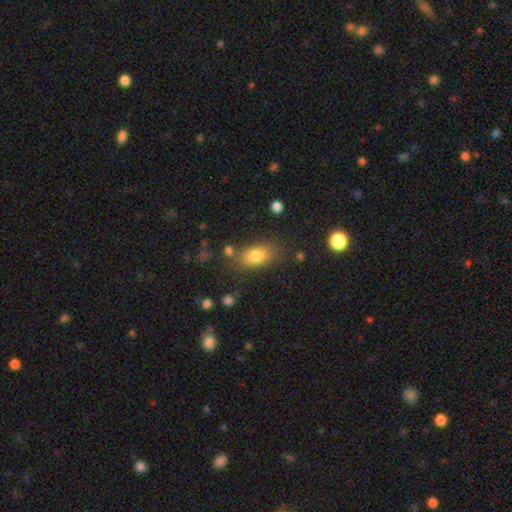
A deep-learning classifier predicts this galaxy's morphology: smooth-or-featured: smooth: 79% | featured or disk: 11% | star or artifact: 10%
  how-rounded: in between: 83% | round: 13% | cigar-shaped: 4%
  merging: none: 74% | minor disturbance: 15% | merger: 6% | major disturbance: 5%